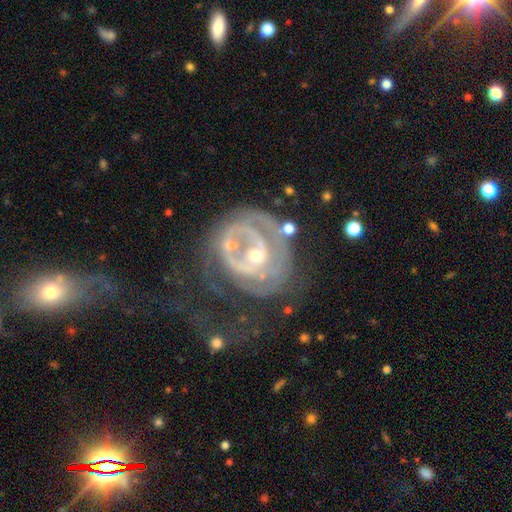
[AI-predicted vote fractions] Smooth or featured? featured or disk (79%)
Edge-on disk? no (97%)
Bar? no (55%)
Spiral arms? yes (68%)
Spiral winding? tight (58%)
Spiral arm count? can't tell (41%)
Bulge size? small (54%)
Merging? major disturbance (41%)